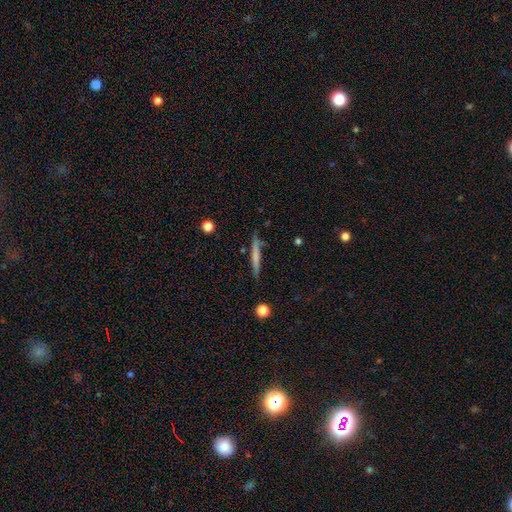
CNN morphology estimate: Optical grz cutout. It shows a smooth galaxy with no disk features (59%) that is cigar-shaped (95%). Merging: none (84%).